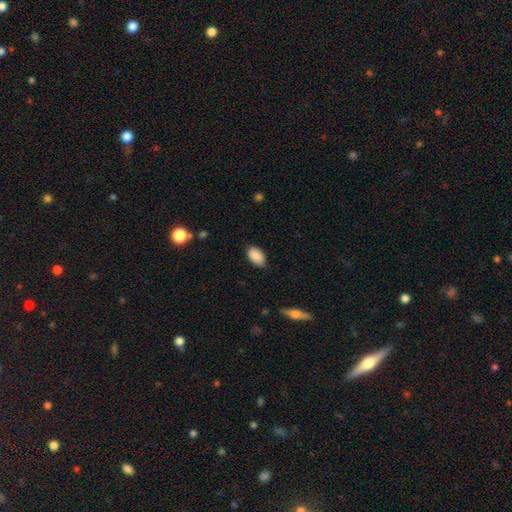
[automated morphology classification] Smooth or featured? Predicted: smooth (p=0.88). How rounded? Predicted: in between (p=0.94). Merging? Predicted: none (p=0.84).